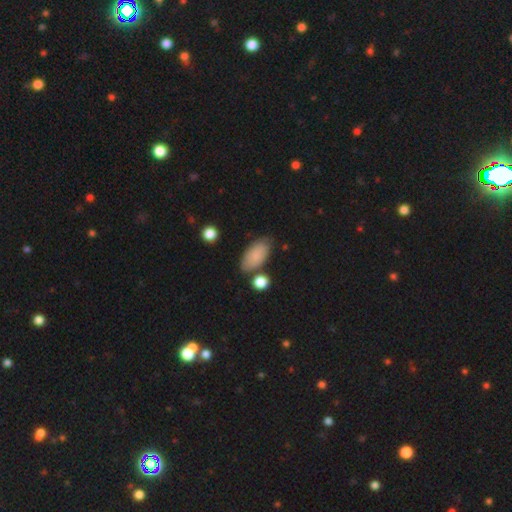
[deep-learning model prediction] smooth 83%, featured or disk 10%, star or artifact 6%. Down the decision tree: how rounded — in between (92%); merging — none (73%).